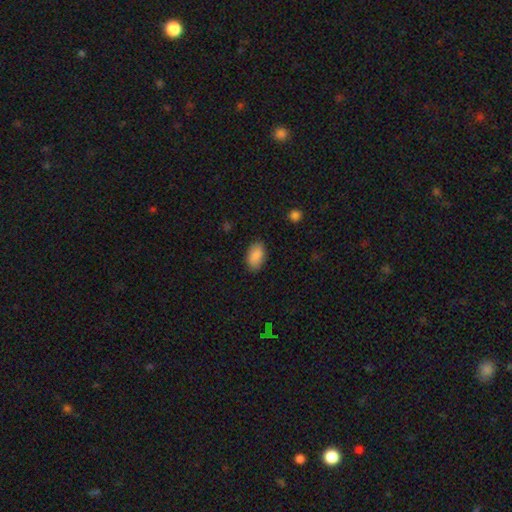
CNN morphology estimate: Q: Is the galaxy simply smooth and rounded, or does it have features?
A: smooth — 88%.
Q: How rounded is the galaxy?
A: in between — 93%.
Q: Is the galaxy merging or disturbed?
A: none — 86%.